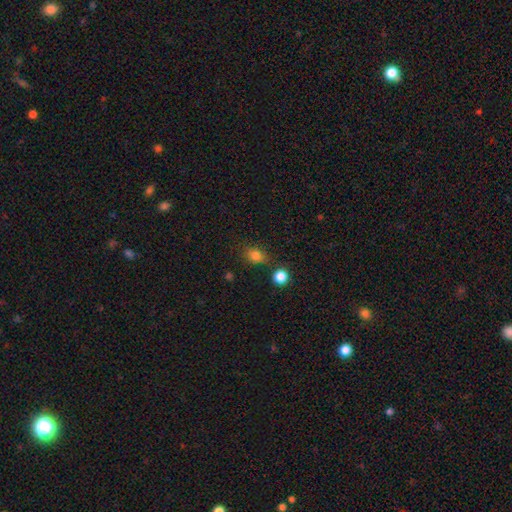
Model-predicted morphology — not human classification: Smooth or featured: smooth — 81% (star or artifact — 14%)
How rounded: in between — 55% (round — 44%)
Merging: none — 75% (minor disturbance — 14%)